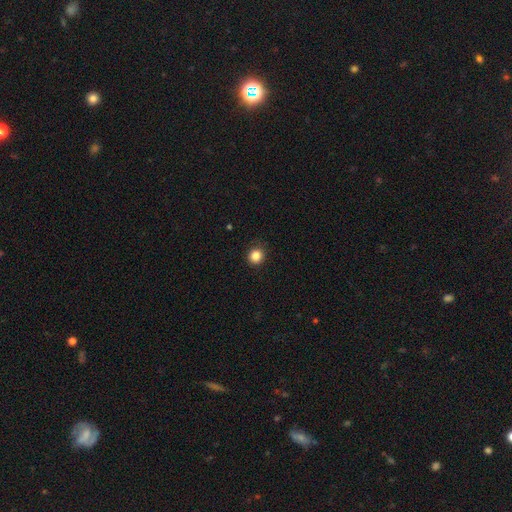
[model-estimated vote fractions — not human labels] Smooth or featured? Predicted: smooth (p=0.85). How rounded? Predicted: round (p=0.89). Merging? Predicted: none (p=0.90).